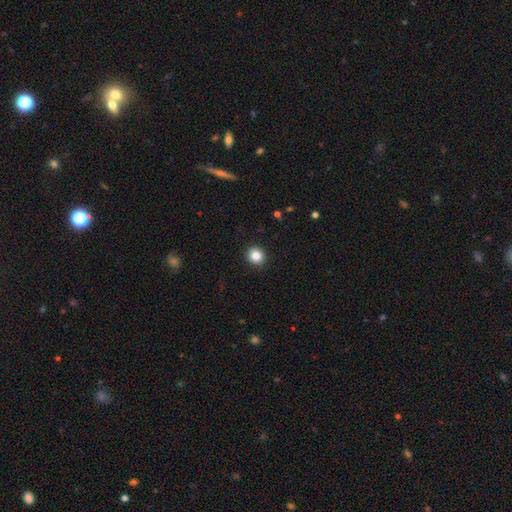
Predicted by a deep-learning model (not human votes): smooth-or-featured: smooth: 85% | star or artifact: 10% | featured or disk: 4%
  how-rounded: round: 89% | in between: 10% | cigar-shaped: 1%
  merging: none: 92% | minor disturbance: 5% | major disturbance: 2% | merger: 1%